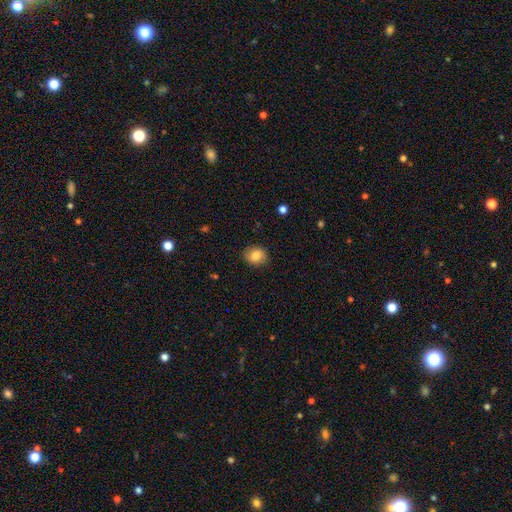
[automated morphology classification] Smooth or featured?
  - smooth: 81% *
  - featured or disk: 10%
  - star or artifact: 9%
How rounded?
  - round: 59% *
  - in between: 40%
  - cigar-shaped: 1%
Merging?
  - none: 83% *
  - minor disturbance: 13%
  - major disturbance: 3%
  - merger: 1%